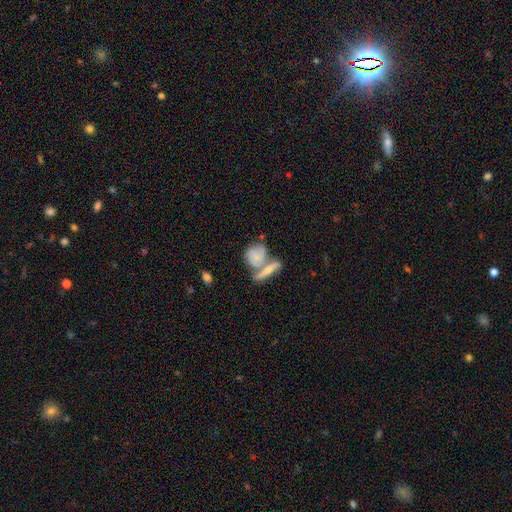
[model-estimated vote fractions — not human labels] smooth-or-featured: smooth: 51% | featured or disk: 41% | star or artifact: 8%
  how-rounded: in between: 50% | round: 38% | cigar-shaped: 11%
  merging: merger: 50% | none: 32% | minor disturbance: 12% | major disturbance: 6%